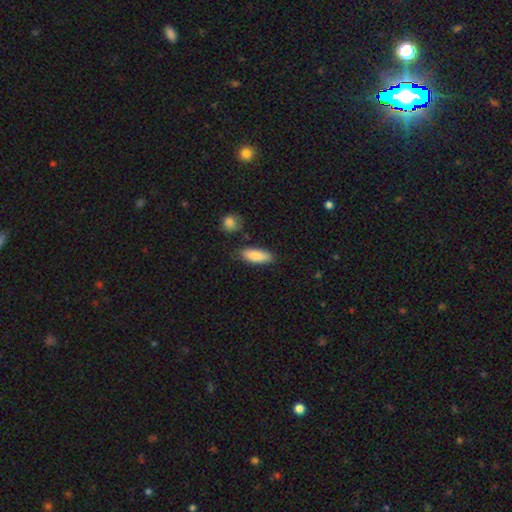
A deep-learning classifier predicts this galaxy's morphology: smooth 85%, featured or disk 9%, star or artifact 6%. Down the decision tree: how rounded — in between (71%); merging — none (78%).